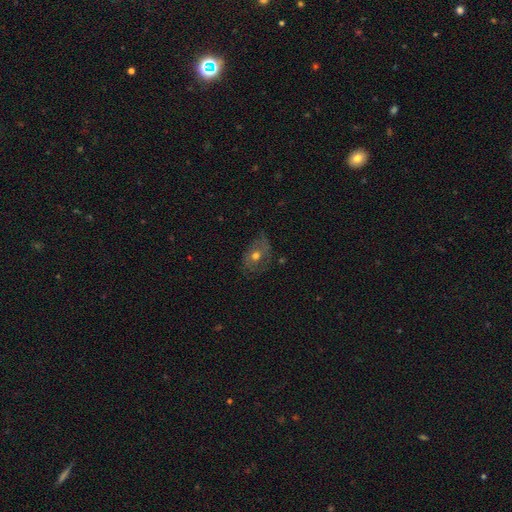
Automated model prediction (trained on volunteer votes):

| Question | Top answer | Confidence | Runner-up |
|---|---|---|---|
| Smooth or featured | smooth | 45% | featured or disk (42%) |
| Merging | none | 60% | minor disturbance (26%) |